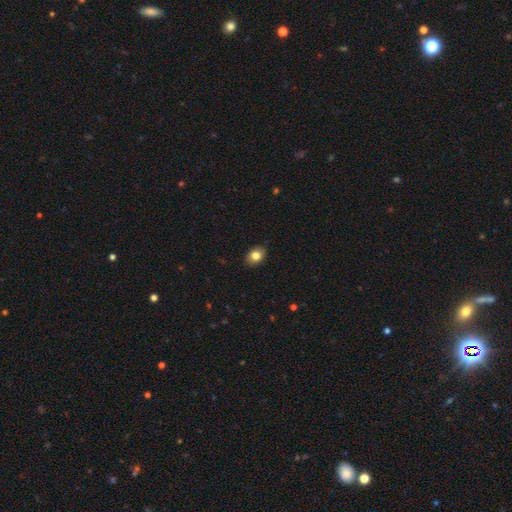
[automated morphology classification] Overall: smooth (81%). How rounded: in between (72%). Merging: none (84%).